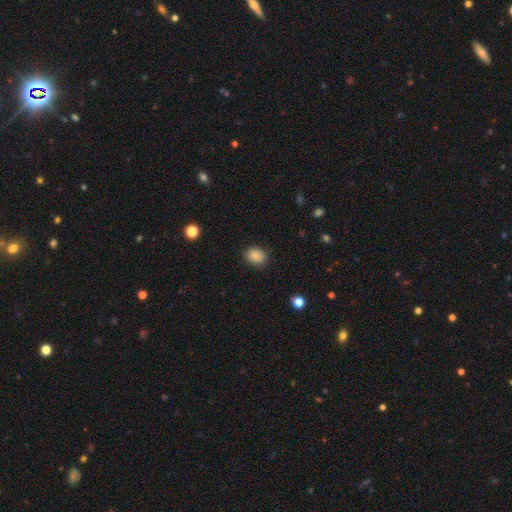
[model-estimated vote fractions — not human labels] Smooth or featured: smooth — 87% (star or artifact — 9%)
How rounded: in between — 64% (round — 35%)
Merging: none — 86% (minor disturbance — 10%)